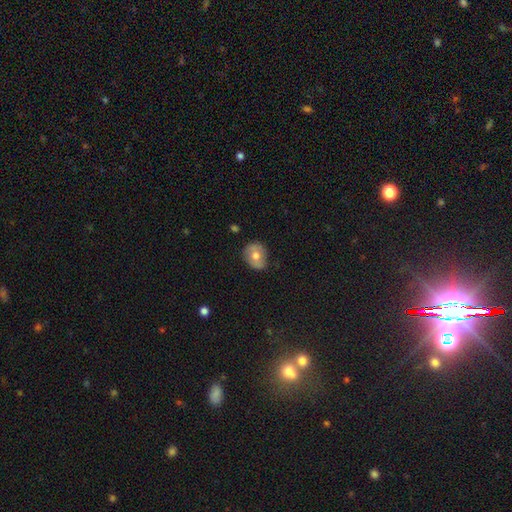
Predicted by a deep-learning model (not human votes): This is likely a smooth galaxy (63%). How rounded: likely round (61%). Merging: likely none (75%).